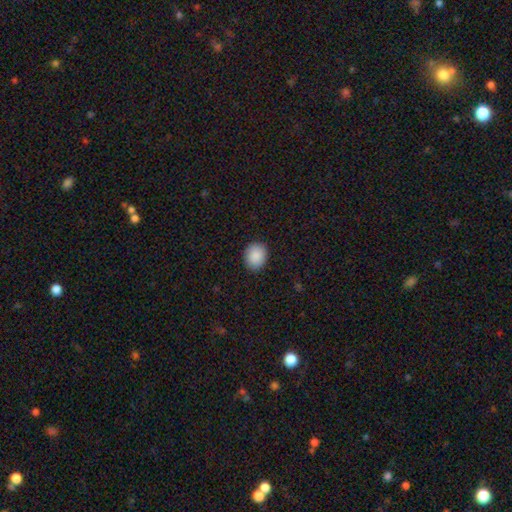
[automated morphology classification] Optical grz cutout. It shows a smooth galaxy with no disk features (89%) that is round (57%). Merging: none (89%).